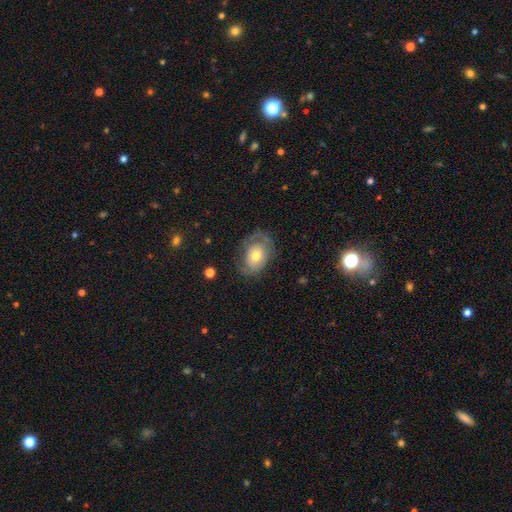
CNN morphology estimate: A smooth galaxy with no disk features (47%).

Vote fractions:
- Smooth or featured? smooth: 47% / featured or disk: 46% / star or artifact: 7%
- Merging? none: 61% / minor disturbance: 23% / major disturbance: 14% / merger: 2%